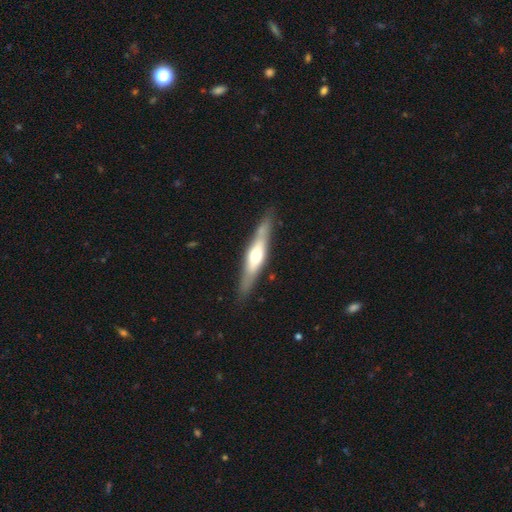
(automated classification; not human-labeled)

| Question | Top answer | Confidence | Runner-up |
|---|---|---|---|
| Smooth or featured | featured or disk | 60% | smooth (35%) |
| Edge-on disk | yes | 92% | no (8%) |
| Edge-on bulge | rounded | 85% | boxy (9%) |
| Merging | none | 83% | minor disturbance (12%) |